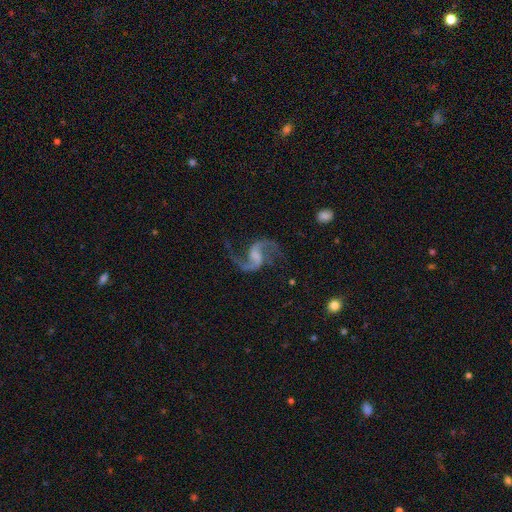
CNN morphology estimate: smooth_or_featured: featured or disk (p=0.92) [alt: star or artifact p=0.05]
disk_edge_on: no (p=0.98) [alt: yes p=0.02]
bar: weak (p=0.50) [alt: no p=0.29]
has_spiral_arms: yes (p=0.98) [alt: no p=0.02]
spiral_winding: loose (p=0.71) [alt: medium p=0.25]
spiral_arm_count: 2 (p=0.94) [alt: 1 p=0.02]
bulge_size: none (p=0.46) [alt: small p=0.24]
merging: none (p=0.74) [alt: minor disturbance p=0.13]